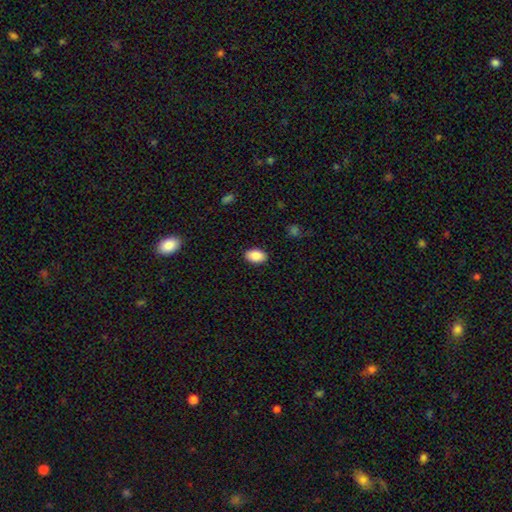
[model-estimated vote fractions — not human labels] A smooth galaxy with no disk features (89%) that is in between round and cigar-shaped (91%). Merging: none (89%).